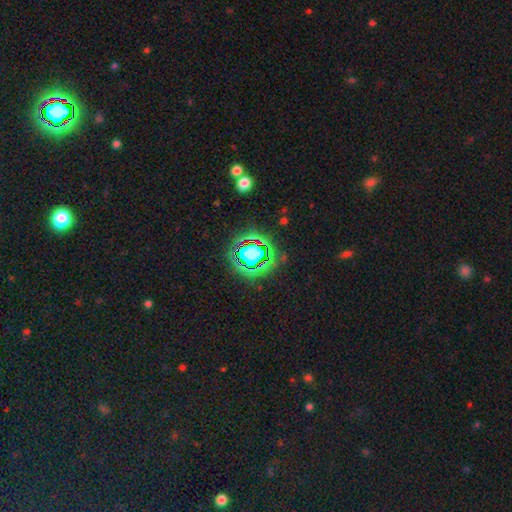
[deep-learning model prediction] Q: Smooth or featured?
A: star or artifact (76%); runner-up: smooth (15%)